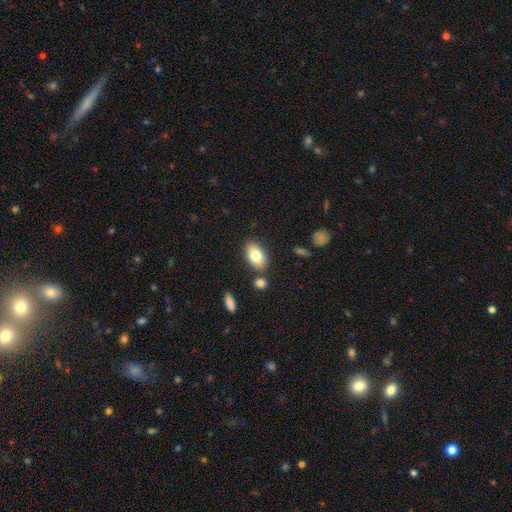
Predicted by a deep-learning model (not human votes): Smooth or featured? smooth (79%)
How rounded? in between (92%)
Merging? none (80%)